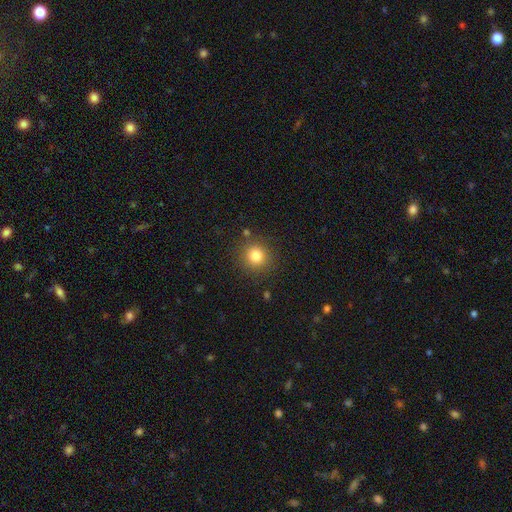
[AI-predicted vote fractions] Smooth or featured? smooth (82%)
How rounded? round (91%)
Merging? none (87%)